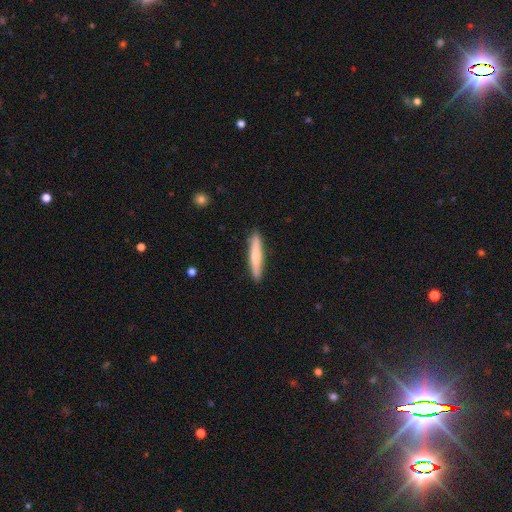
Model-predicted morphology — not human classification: Overall: smooth (66%; featured or disk 29%). How rounded: cigar-shaped (92%). Merging: none (90%).